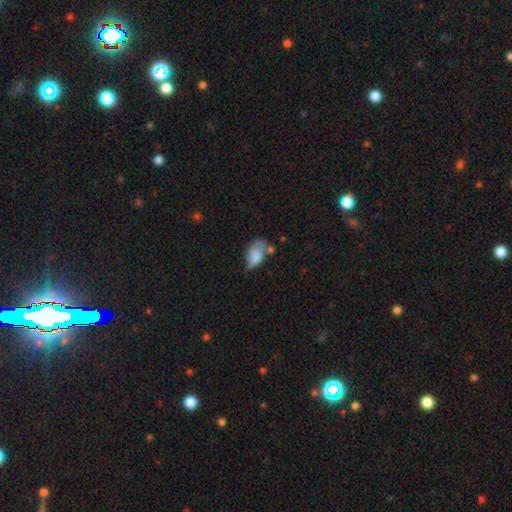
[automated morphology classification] Smooth or featured?
  - smooth: 67% *
  - featured or disk: 24%
  - star or artifact: 9%
How rounded?
  - in between: 90% *
  - round: 8%
  - cigar-shaped: 3%
Merging?
  - minor disturbance: 36% *
  - none: 27%
  - major disturbance: 23%
  - merger: 14%